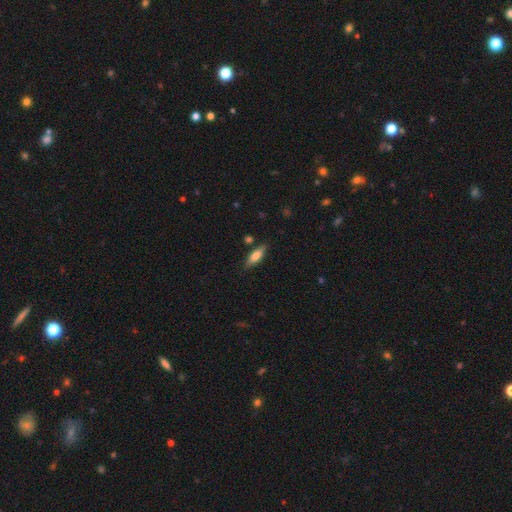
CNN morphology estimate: This appears to be a smooth galaxy with no disk features (71%) that is in between round and cigar-shaped (56%). Merging: none (80%).